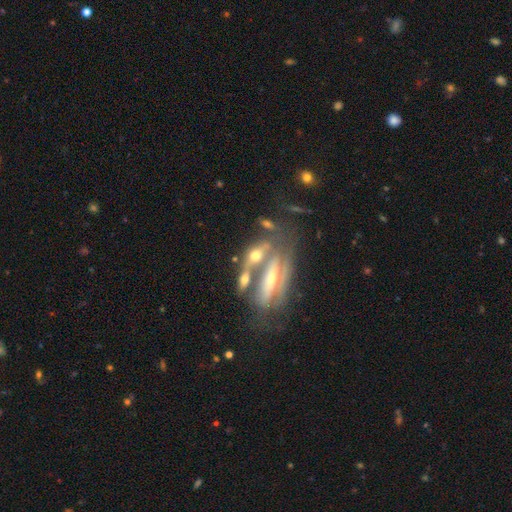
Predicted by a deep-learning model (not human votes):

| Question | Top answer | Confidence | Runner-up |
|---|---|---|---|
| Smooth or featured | featured or disk | 54% | smooth (34%) |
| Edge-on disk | no | 60% | yes (40%) |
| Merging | merger | 50% | none (27%) |